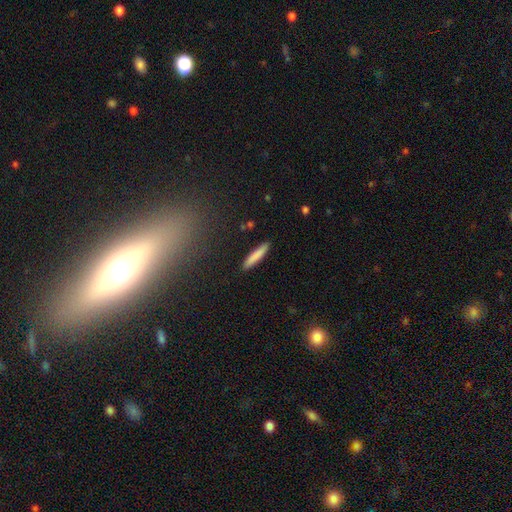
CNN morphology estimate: smooth_or_featured: smooth (p=0.82) [alt: featured or disk p=0.12]
how_rounded: cigar-shaped (p=0.90) [alt: in between p=0.08]
merging: none (p=0.90) [alt: minor disturbance p=0.07]